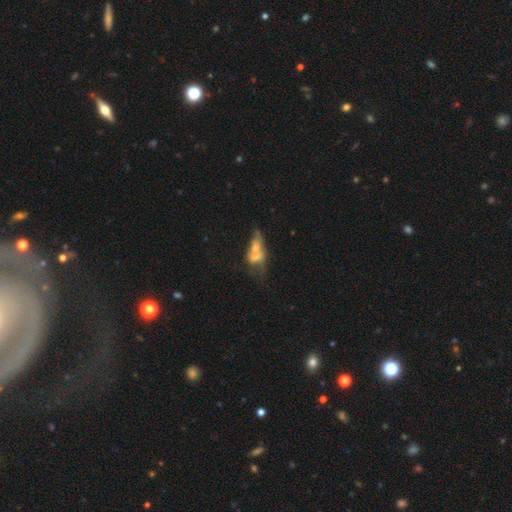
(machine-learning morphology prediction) smooth-or-featured: featured or disk: 44% | smooth: 43% | star or artifact: 13%
  merging: merger: 61% | none: 15% | major disturbance: 15% | minor disturbance: 9%